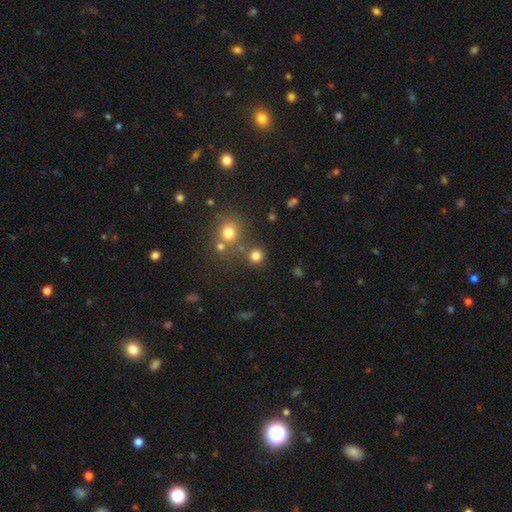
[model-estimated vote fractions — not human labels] smooth 78%, star or artifact 16%, featured or disk 6%. Down the decision tree: how rounded — round (90%); merging — none (75%).